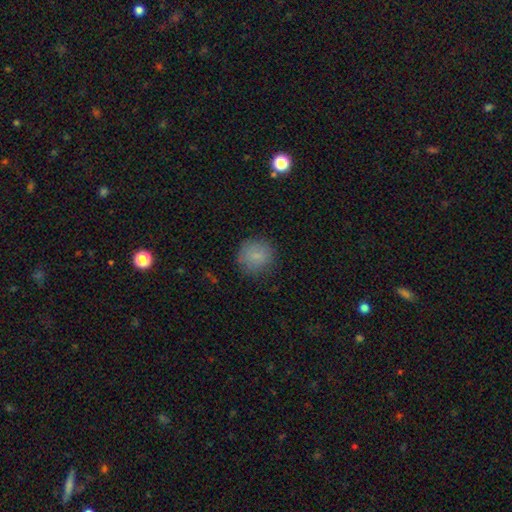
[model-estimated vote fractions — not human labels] Smooth or featured? smooth (82%)
How rounded? round (89%)
Merging? none (82%)